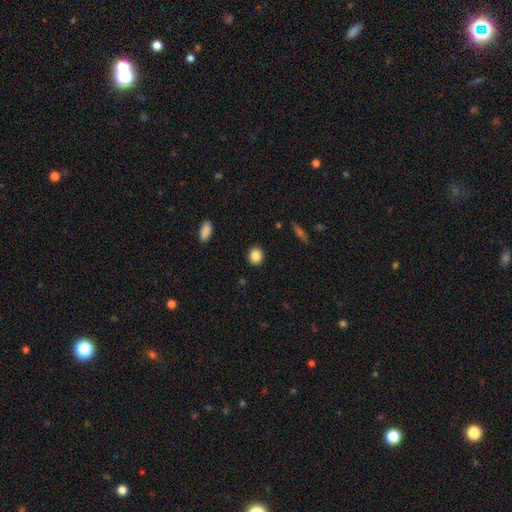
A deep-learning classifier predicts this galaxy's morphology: A smooth galaxy with no disk features (87%) that is round (71%). Merging: none (90%).